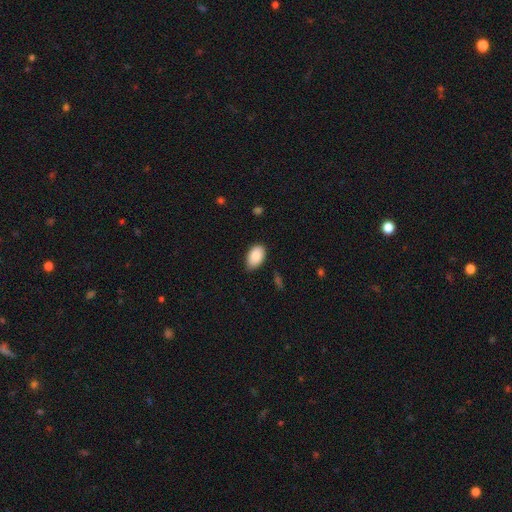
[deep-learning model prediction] Smooth or featured?
  - smooth: 84% *
  - featured or disk: 9%
  - star or artifact: 7%
How rounded?
  - in between: 91% *
  - round: 8%
  - cigar-shaped: 1%
Merging?
  - none: 75% *
  - minor disturbance: 21%
  - major disturbance: 3%
  - merger: 1%